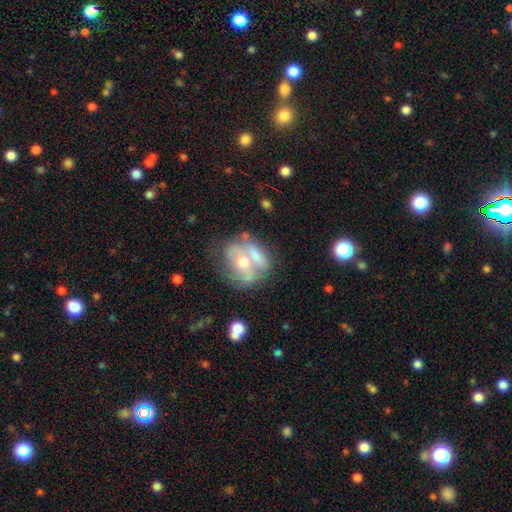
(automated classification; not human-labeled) This is possibly a featured or disk galaxy (47%). Merging: possibly merger (49%).